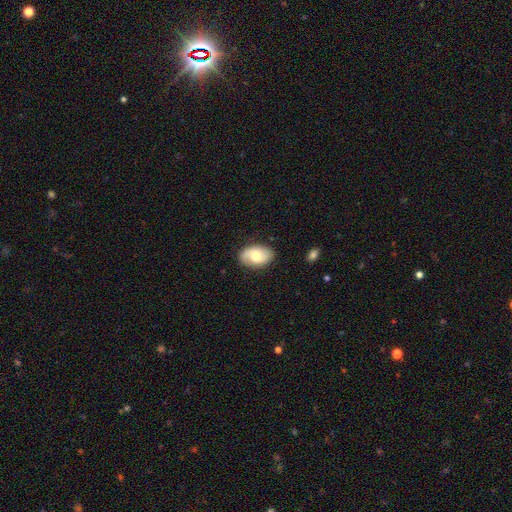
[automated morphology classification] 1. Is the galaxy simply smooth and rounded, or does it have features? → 55% smooth, 39% featured or disk, 6% star or artifact.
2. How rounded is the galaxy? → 90% in between, 9% round, 1% cigar-shaped.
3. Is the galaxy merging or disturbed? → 83% none, 13% minor disturbance, 3% major disturbance, 1% merger.